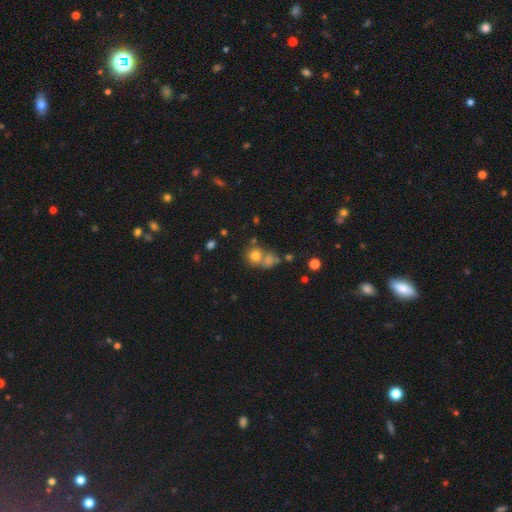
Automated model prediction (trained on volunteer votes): A smooth galaxy with no disk features (73%) that is round (81%). Merging: merger (46%).